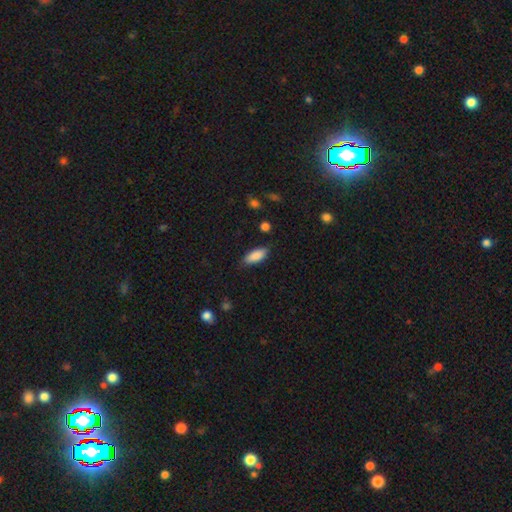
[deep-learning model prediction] smooth-or-featured: smooth: 87% | star or artifact: 6% | featured or disk: 6%
  how-rounded: in between: 79% | cigar-shaped: 19% | round: 2%
  merging: none: 80% | minor disturbance: 15% | major disturbance: 3% | merger: 1%